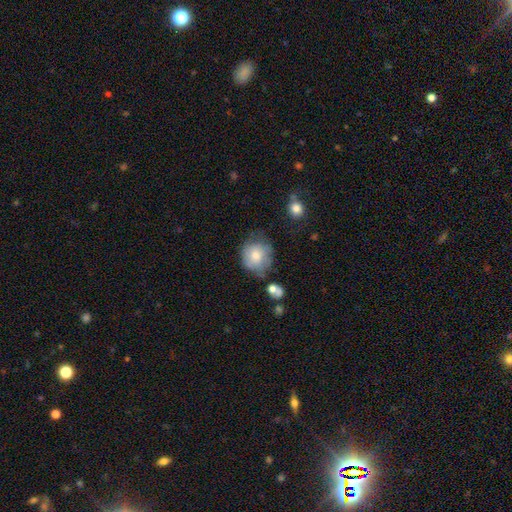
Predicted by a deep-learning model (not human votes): Smooth or featured? Predicted: smooth (p=0.68). How rounded? Predicted: round (p=0.84). Merging? Predicted: none (p=0.54).